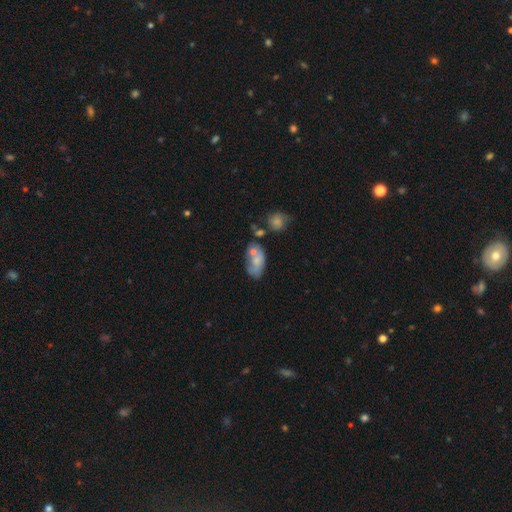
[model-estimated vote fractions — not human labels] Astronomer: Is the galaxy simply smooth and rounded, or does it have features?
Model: smooth — 51% (runner-up: featured or disk, 36%).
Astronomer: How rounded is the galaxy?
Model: in between — 83%.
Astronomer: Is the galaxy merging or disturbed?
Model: none — 42% (runner-up: merger, 24%).